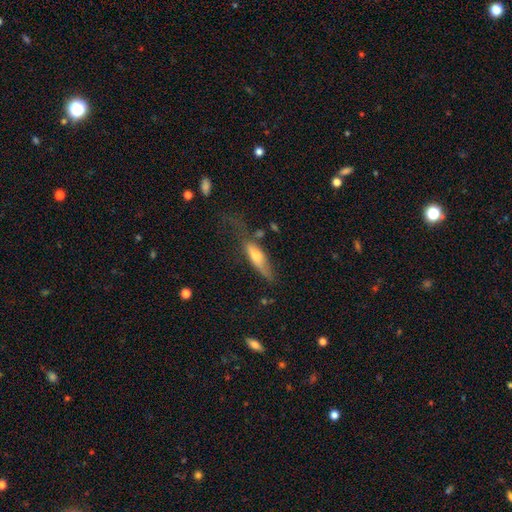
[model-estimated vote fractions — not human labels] A smooth galaxy with no disk features (53%) that is cigar-shaped (61%).

Vote fractions:
- Smooth or featured? smooth: 53% / featured or disk: 40% / star or artifact: 7%
- How rounded? cigar-shaped: 61% / in between: 37% / round: 2%
- Merging? none: 36% / major disturbance: 30% / minor disturbance: 29% / merger: 5%